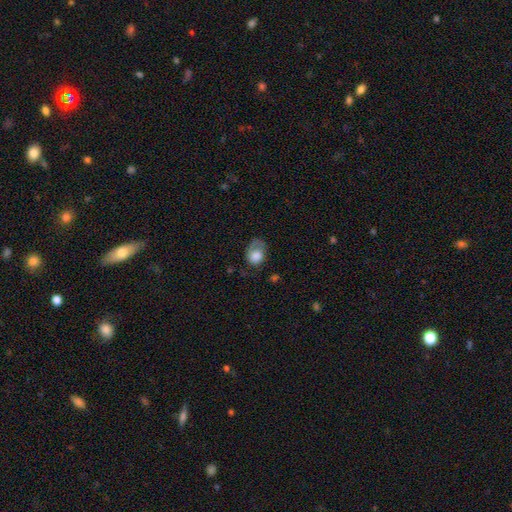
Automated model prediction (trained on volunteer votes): The model was most divided on "merging" (2-way tie): major disturbance: 33%, none: 33%, minor disturbance: 31%, merger: 3%. More confident: smooth or featured — smooth (73%); how rounded — in between (67%).